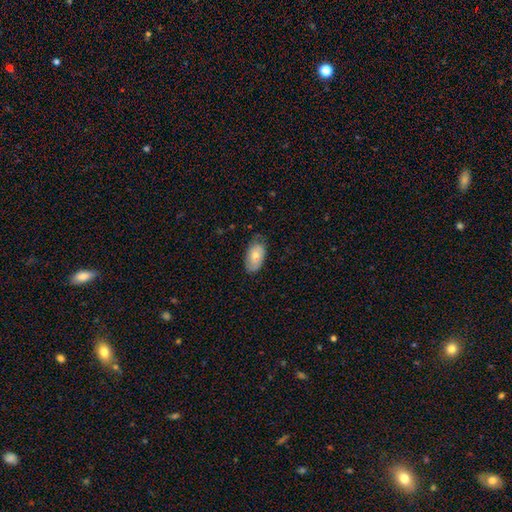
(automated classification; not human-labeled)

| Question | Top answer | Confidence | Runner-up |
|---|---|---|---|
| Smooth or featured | smooth | 71% | featured or disk (23%) |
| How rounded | in between | 94% | round (4%) |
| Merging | none | 68% | minor disturbance (26%) |